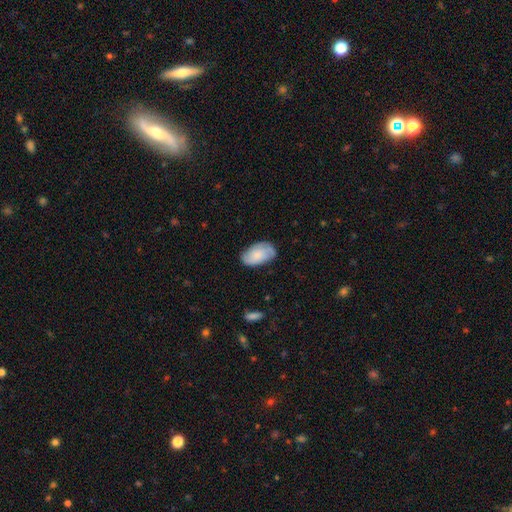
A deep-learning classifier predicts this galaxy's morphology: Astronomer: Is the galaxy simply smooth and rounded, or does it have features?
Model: smooth — 60%.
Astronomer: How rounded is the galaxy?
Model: in between — 94%.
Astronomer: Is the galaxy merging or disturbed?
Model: none — 72%.